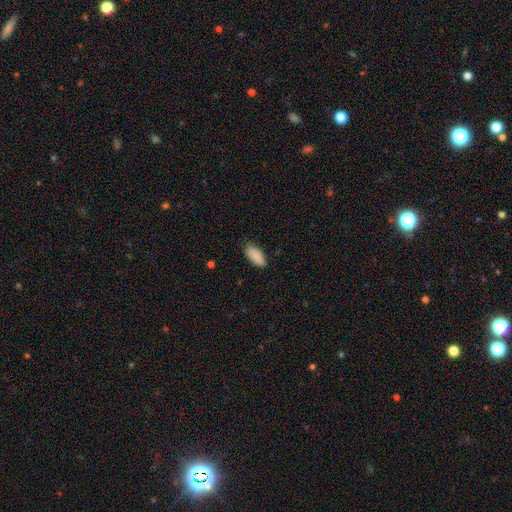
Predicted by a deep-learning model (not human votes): Smooth or featured? Predicted: smooth (p=0.88). How rounded? Predicted: in between (p=0.89). Merging? Predicted: none (p=0.77).